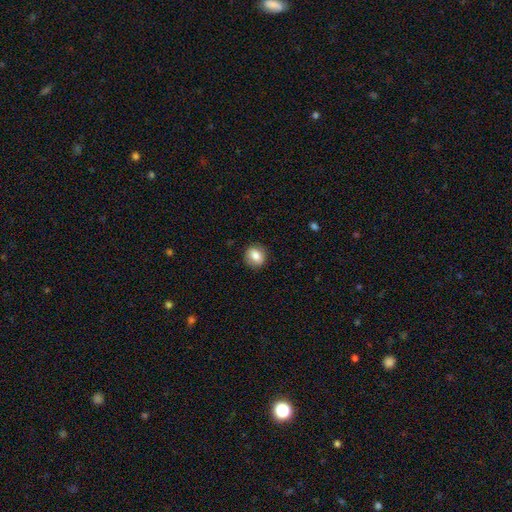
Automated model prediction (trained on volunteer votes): A smooth galaxy with no disk features (81%) that is round (67%). Merging: none (87%).